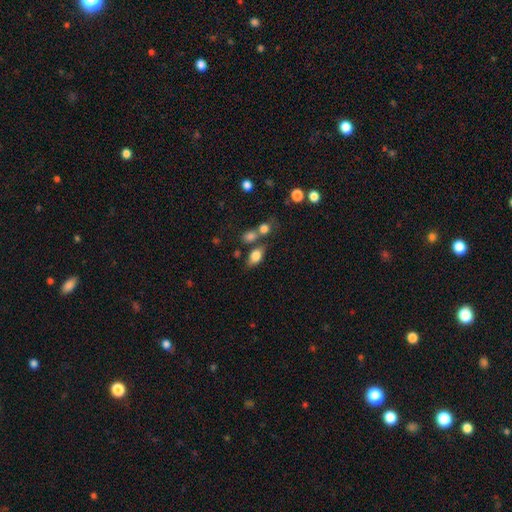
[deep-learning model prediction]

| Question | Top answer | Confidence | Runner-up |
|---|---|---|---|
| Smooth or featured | smooth | 79% | featured or disk (12%) |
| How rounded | in between | 84% | round (12%) |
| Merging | none | 57% | merger (23%) |